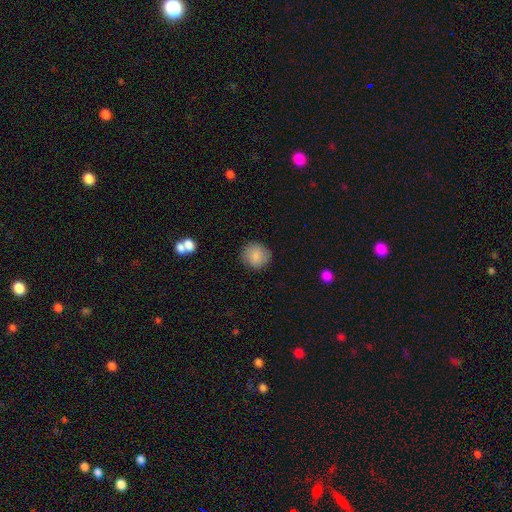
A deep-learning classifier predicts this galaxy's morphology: Smooth or featured? smooth (84%)
How rounded? round (90%)
Merging? none (86%)